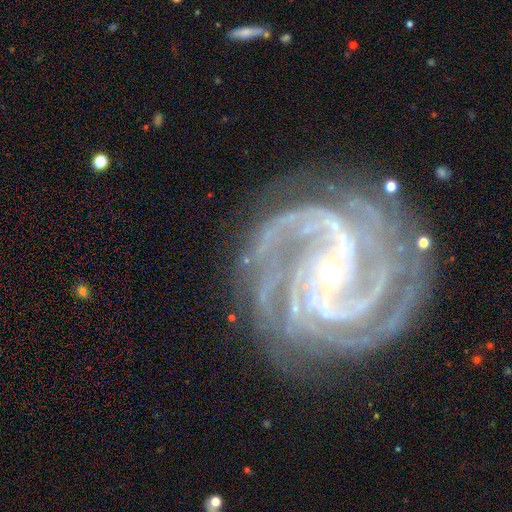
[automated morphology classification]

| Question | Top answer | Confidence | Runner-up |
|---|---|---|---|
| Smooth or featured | featured or disk | 89% | star or artifact (7%) |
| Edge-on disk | no | 98% | yes (2%) |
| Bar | no | 47% | weak (28%) |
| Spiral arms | yes | 98% | no (2%) |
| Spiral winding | tight | 46% | medium (43%) |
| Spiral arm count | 2 | 28% | 3 (25%) |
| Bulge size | small | 66% | moderate (29%) |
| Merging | none | 62% | minor disturbance (18%) |